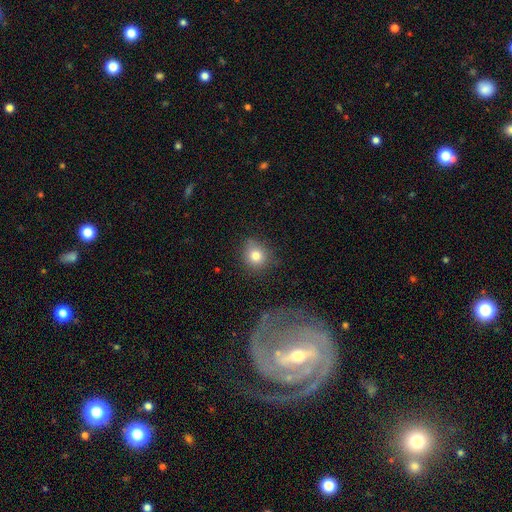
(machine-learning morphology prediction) Overall: smooth (80%). How rounded: round (82%). Merging: none (77%).